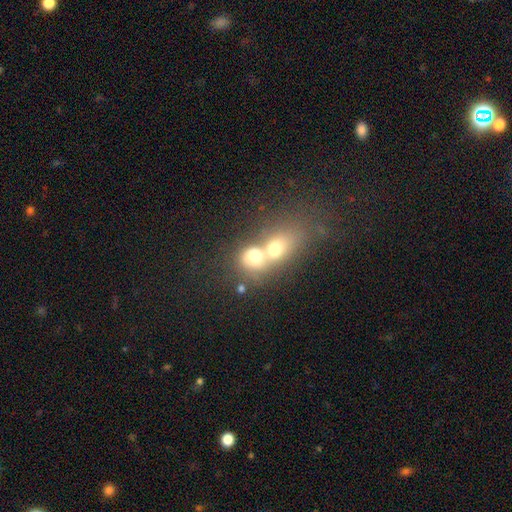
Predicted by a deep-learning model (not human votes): smooth-or-featured: smooth: 61% | featured or disk: 26% | star or artifact: 13%
  how-rounded: in between: 50% | round: 47% | cigar-shaped: 3%
  merging: merger: 77% | none: 14% | minor disturbance: 5% | major disturbance: 4%